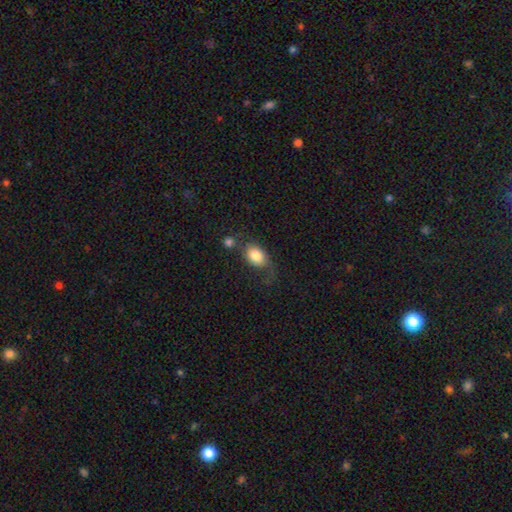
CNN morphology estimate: smooth-or-featured: smooth: 80% | featured or disk: 12% | star or artifact: 8%
  how-rounded: in between: 72% | round: 26% | cigar-shaped: 2%
  merging: none: 42% | minor disturbance: 23% | major disturbance: 19% | merger: 16%